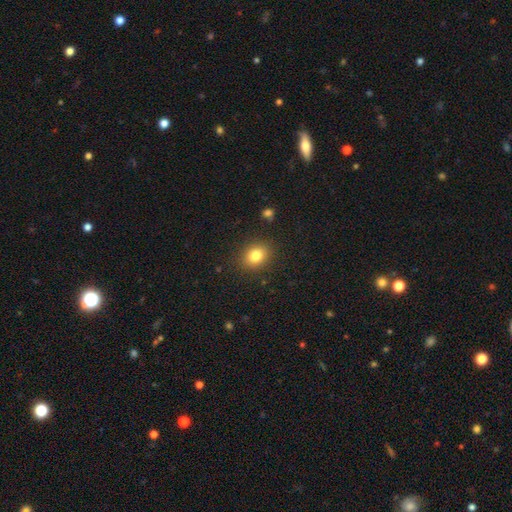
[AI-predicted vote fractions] Smooth or featured: smooth — 81% (star or artifact — 11%)
How rounded: round — 52% (in between — 47%)
Merging: none — 88% (minor disturbance — 8%)